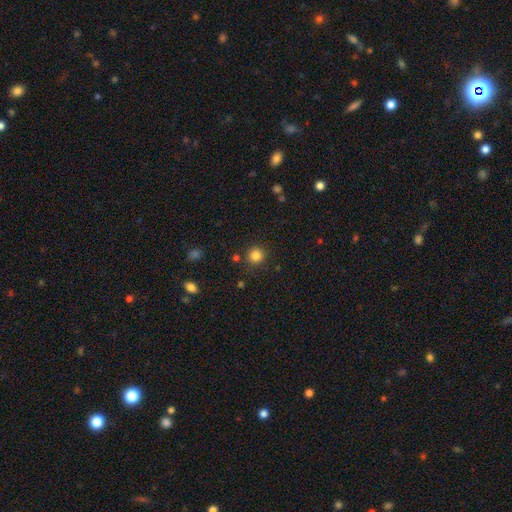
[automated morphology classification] Overall: smooth (83%). How rounded: round (92%). Merging: none (87%).